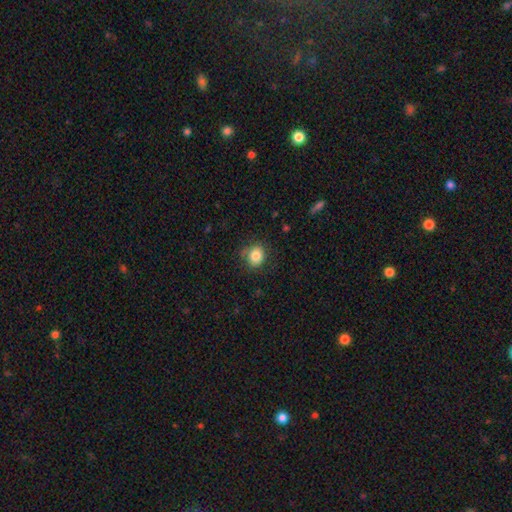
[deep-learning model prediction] Smooth or featured? Predicted: smooth (p=0.83). How rounded? Predicted: round (p=0.73). Merging? Predicted: none (p=0.74).